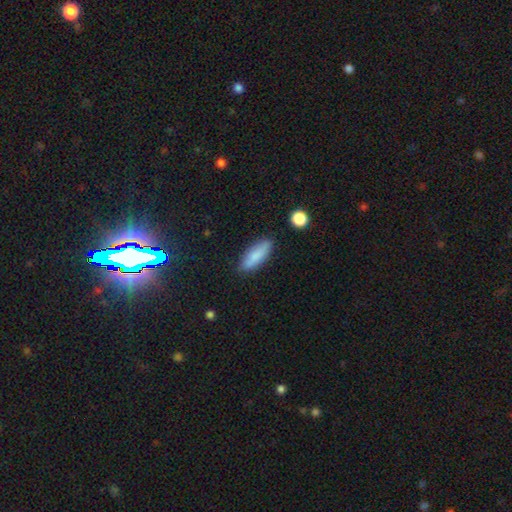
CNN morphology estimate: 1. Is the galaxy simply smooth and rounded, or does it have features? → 83% smooth, 10% featured or disk, 6% star or artifact.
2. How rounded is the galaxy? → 57% in between, 41% cigar-shaped, 2% round.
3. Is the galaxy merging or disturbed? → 84% none, 12% minor disturbance, 2% major disturbance, 2% merger.